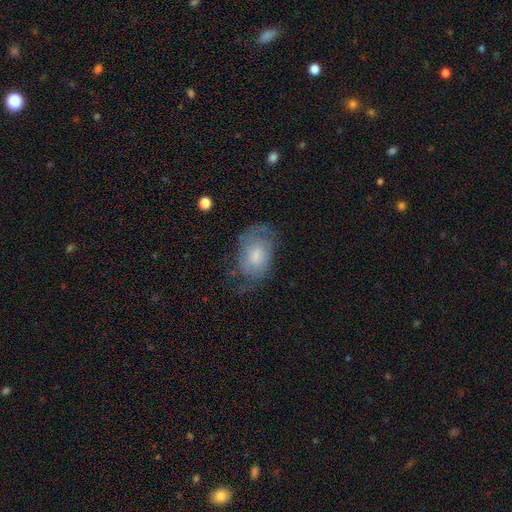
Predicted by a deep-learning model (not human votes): smooth_or_featured: featured or disk (p=0.53) [alt: smooth p=0.39]
disk_edge_on: no (p=0.96) [alt: yes p=0.04]
bar: no (p=0.69) [alt: weak p=0.27]
has_spiral_arms: yes (p=0.81) [alt: no p=0.19]
bulge_size: small (p=0.42) [alt: moderate p=0.37]
merging: none (p=0.55) [alt: minor disturbance p=0.26]